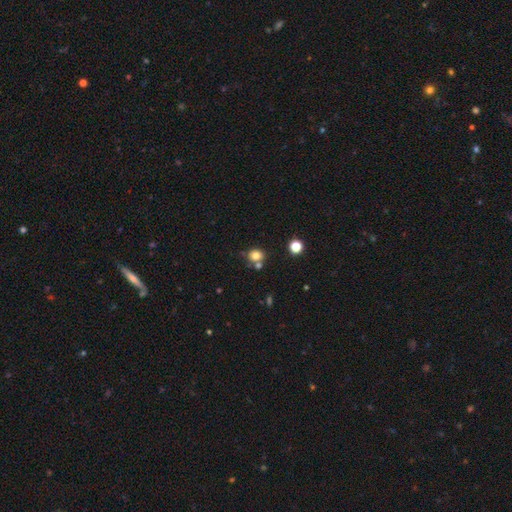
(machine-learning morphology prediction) smooth_or_featured: smooth (p=0.79) [alt: star or artifact p=0.13]
how_rounded: round (p=0.72) [alt: in between p=0.27]
merging: none (p=0.63) [alt: merger p=0.20]